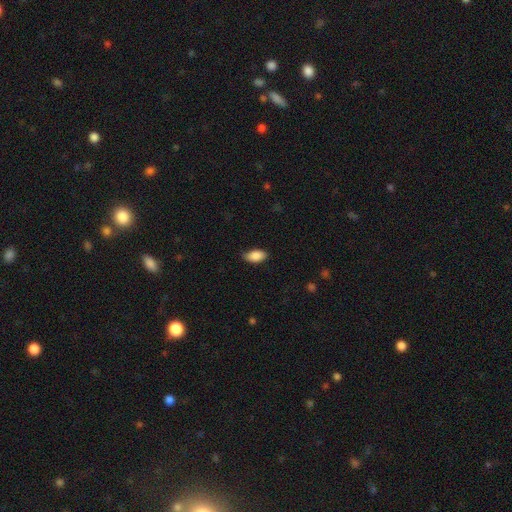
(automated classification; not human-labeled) This is clearly a smooth galaxy (87%). How rounded: clearly in between (92%). Merging: likely none (77%).